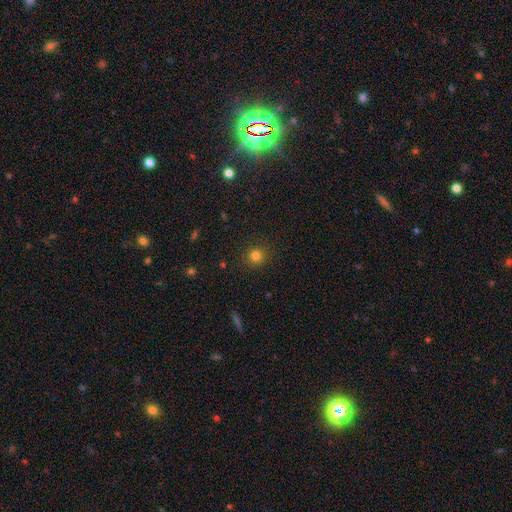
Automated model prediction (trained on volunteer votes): A smooth galaxy with no disk features (80%) that is round (90%). Merging: none (89%).